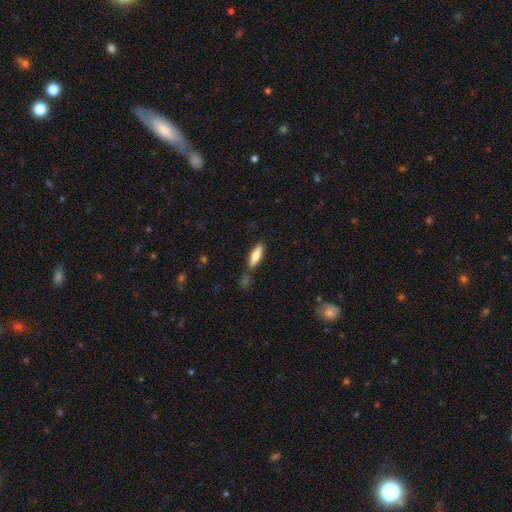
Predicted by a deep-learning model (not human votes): smooth-or-featured: smooth: 75% | featured or disk: 19% | star or artifact: 6%
  how-rounded: cigar-shaped: 63% | in between: 35% | round: 2%
  merging: none: 73% | minor disturbance: 15% | merger: 8% | major disturbance: 4%